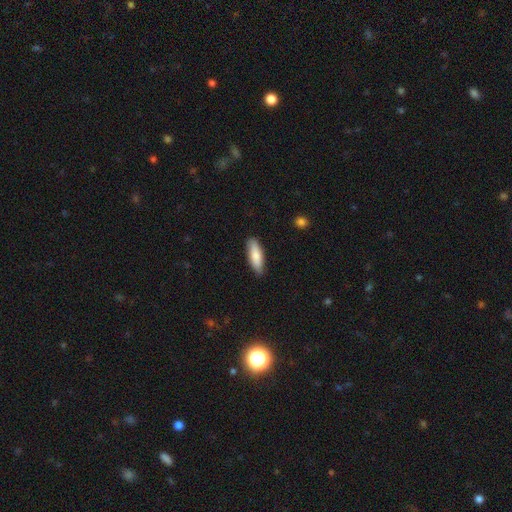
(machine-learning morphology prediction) Q: Smooth or featured?
A: smooth (82%); runner-up: featured or disk (12%)
Q: How rounded?
A: in between (53%); runner-up: cigar-shaped (45%)
Q: Merging?
A: none (85%); runner-up: minor disturbance (12%)